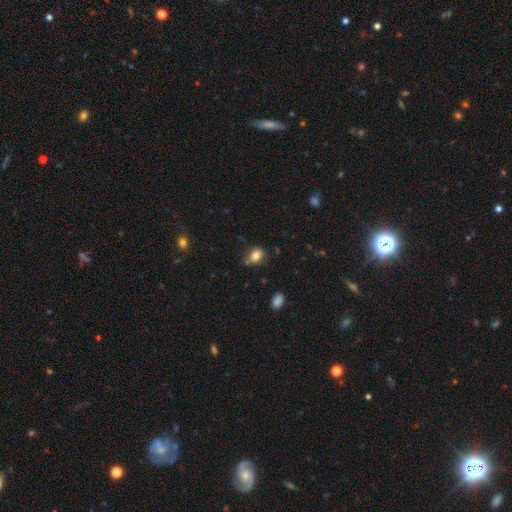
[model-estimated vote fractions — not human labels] smooth_or_featured: smooth (p=0.81) [alt: star or artifact p=0.10]
how_rounded: in between (p=0.62) [alt: round p=0.37]
merging: none (p=0.61) [alt: minor disturbance p=0.28]